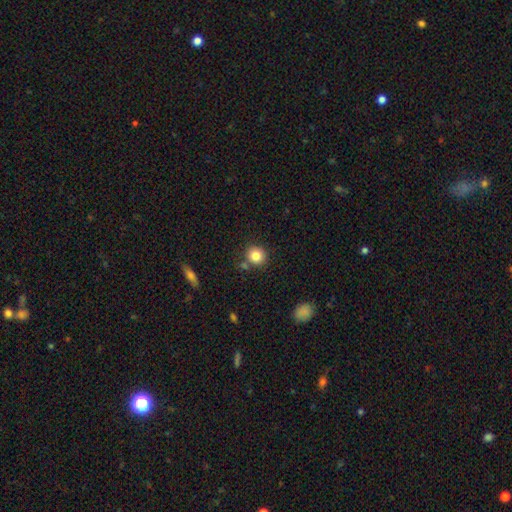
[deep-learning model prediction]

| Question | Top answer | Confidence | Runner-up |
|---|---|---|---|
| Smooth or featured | smooth | 84% | star or artifact (10%) |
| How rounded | round | 86% | in between (13%) |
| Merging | none | 78% | minor disturbance (10%) |